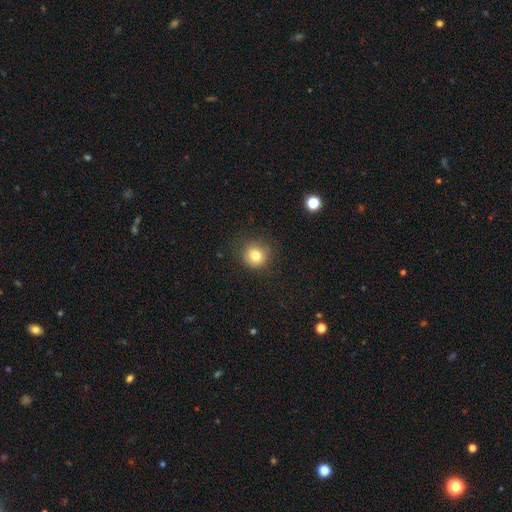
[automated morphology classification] A smooth galaxy with no disk features (79%) that is round (90%). Merging: none (84%).